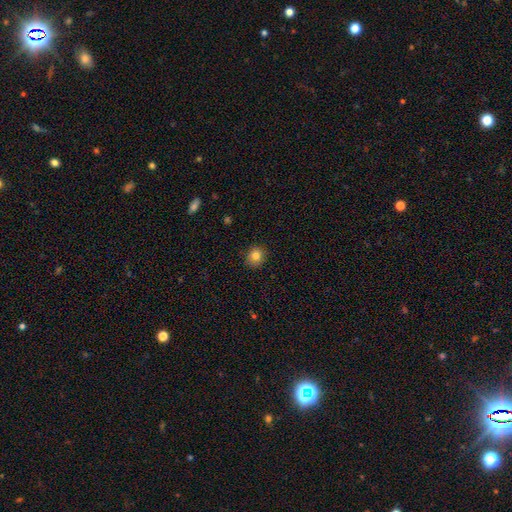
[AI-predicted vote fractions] Q: Smooth or featured?
A: smooth (82%); runner-up: star or artifact (11%)
Q: How rounded?
A: round (80%); runner-up: in between (19%)
Q: Merging?
A: none (88%); runner-up: minor disturbance (9%)